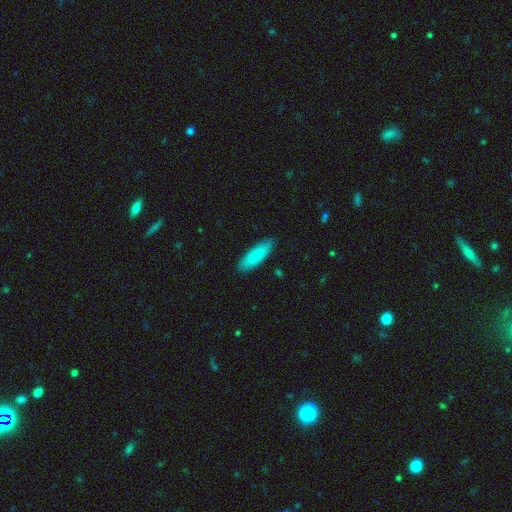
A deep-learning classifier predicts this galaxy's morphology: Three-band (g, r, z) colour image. It shows a smooth galaxy with no disk features (83%) that is in between round and cigar-shaped (55%). Merging: none (88%).